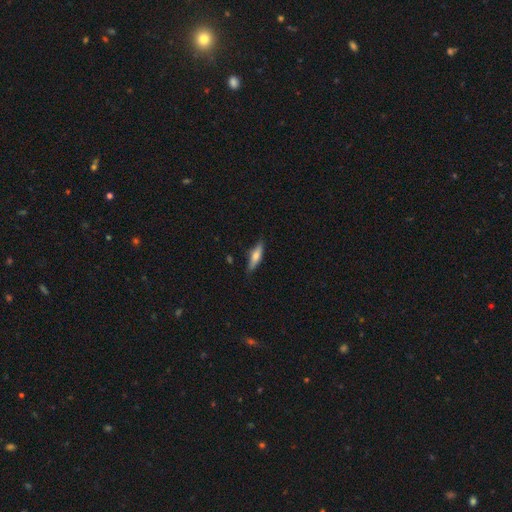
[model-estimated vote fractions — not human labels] This is possibly a smooth galaxy (60%). How rounded: likely cigar-shaped (68%). Merging: clearly none (83%).